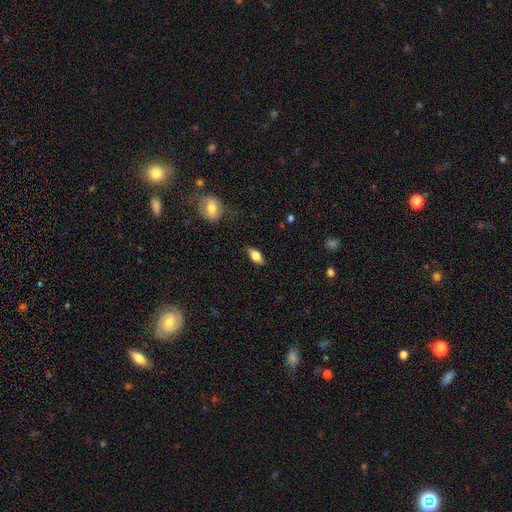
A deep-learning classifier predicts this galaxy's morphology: The model was most divided on "smooth or featured": smooth: 73%, featured or disk: 19%, star or artifact: 7%. More confident: how rounded — in between (85%); merging — none (75%).